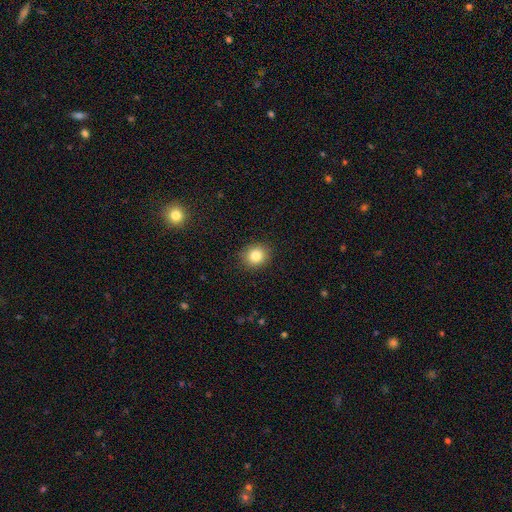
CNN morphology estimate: This appears to be a smooth galaxy with no disk features (83%) that is round (76%). Merging: none (89%).